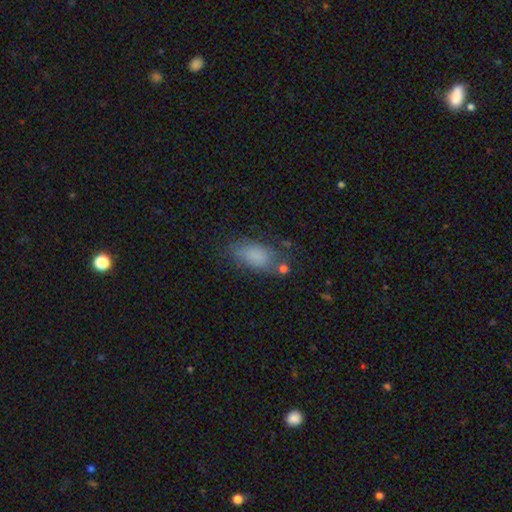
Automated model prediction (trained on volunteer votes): Smooth or featured? Predicted: smooth (p=0.82). How rounded? Predicted: in between (p=0.88). Merging? Predicted: none (p=0.63).